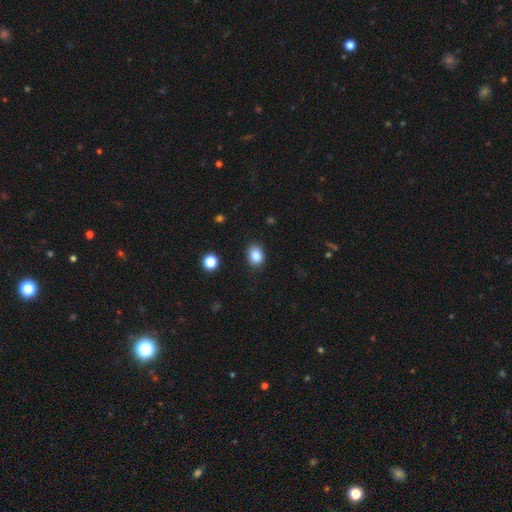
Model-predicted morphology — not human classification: This appears to be a smooth galaxy with no disk features (85%) that is in between round and cigar-shaped (61%). Merging: none (85%).